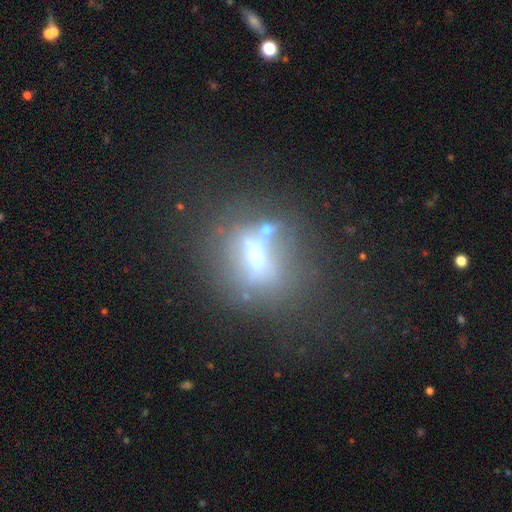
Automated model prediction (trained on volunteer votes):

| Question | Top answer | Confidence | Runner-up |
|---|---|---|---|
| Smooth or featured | featured or disk | 50% | smooth (30%) |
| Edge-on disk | no | 65% | yes (35%) |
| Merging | none | 51% | merger (19%) |